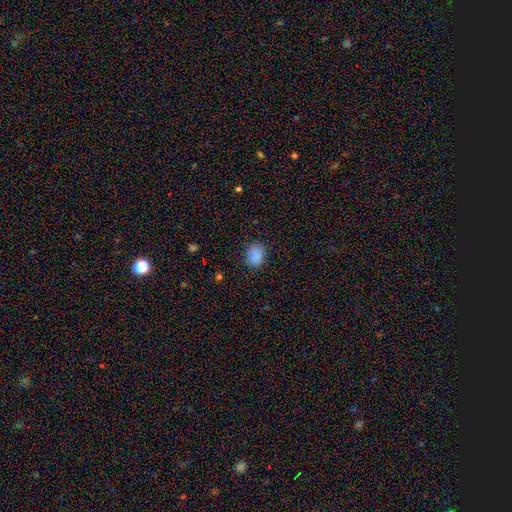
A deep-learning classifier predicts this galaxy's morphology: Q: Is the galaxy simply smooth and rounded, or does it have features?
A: smooth — 87%.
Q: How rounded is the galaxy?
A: in between — 57%.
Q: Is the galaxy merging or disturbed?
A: none — 81%.